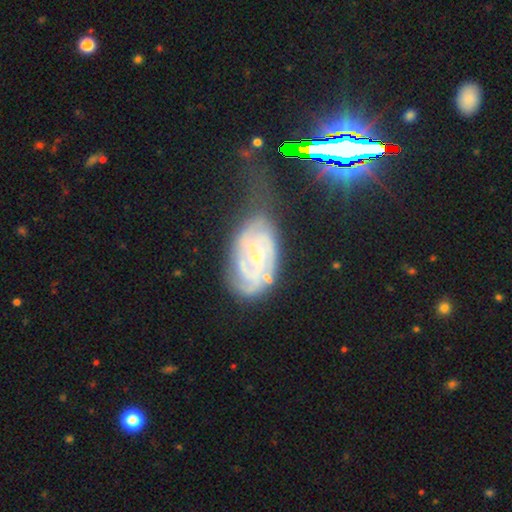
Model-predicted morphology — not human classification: smooth-or-featured: featured or disk: 82% | smooth: 10% | star or artifact: 8%
  disk-edge-on: no: 96% | yes: 4%
    bar: no: 53% | weak: 36% | strong: 11%
    has-spiral-arms: yes: 94% | no: 6%
      spiral-winding: tight: 63% | medium: 30% | loose: 8%
      spiral-arm-count: can't tell: 33% | 2: 28% | 3: 20% | 4: 9% | 1: 5% | more than 4: 4%
    bulge-size: small: 72% | moderate: 23% | none: 3% | large: 1% | dominant: 1%
  merging: none: 43% | minor disturbance: 30% | major disturbance: 20% | merger: 7%